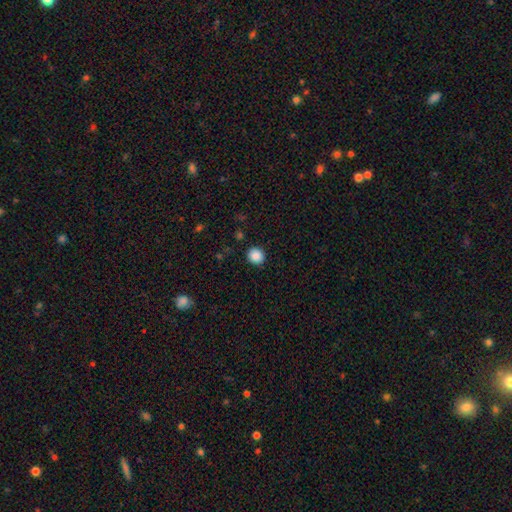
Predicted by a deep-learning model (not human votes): A smooth galaxy with no disk features (88%) that is round (85%). Merging: none (90%).